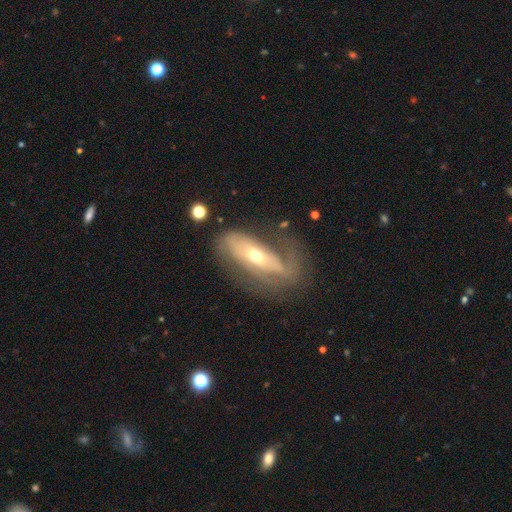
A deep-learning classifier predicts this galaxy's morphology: Smooth or featured? Predicted: featured or disk (p=0.71). Edge-on disk? Predicted: no (p=0.85). Bar? Predicted: no (p=0.52). Spiral arms? Predicted: yes (p=0.74). Bulge size? Predicted: moderate (p=0.54). Merging? Predicted: none (p=0.43).